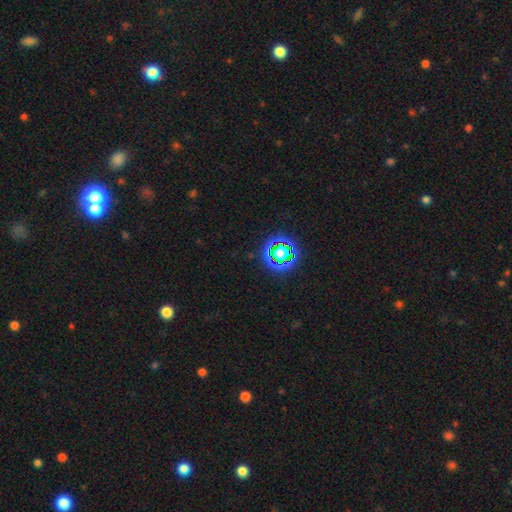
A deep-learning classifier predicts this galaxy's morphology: This appears to be a star or artifact, not a galaxy (72%).